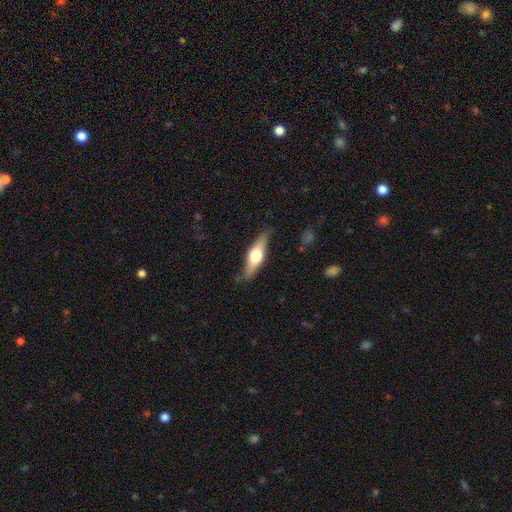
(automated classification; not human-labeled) The model was most divided on "smooth or featured": featured or disk: 55%, smooth: 40%, star or artifact: 5%. More confident: edge-on disk — yes (91%); merging — none (80%).